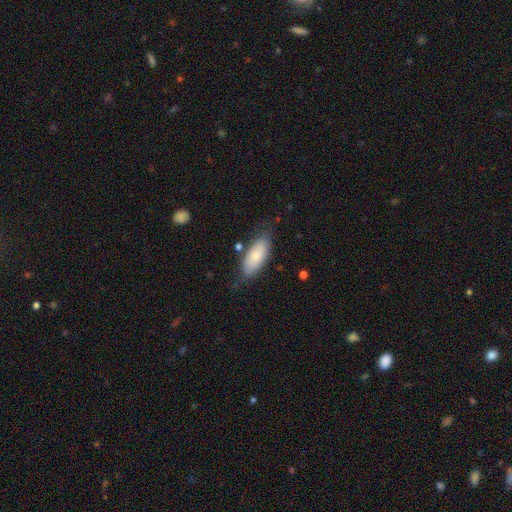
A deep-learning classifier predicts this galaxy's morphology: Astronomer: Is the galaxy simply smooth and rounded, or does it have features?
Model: smooth — 77%.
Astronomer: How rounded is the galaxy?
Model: in between — 87%.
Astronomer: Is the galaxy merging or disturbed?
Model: none — 69%.